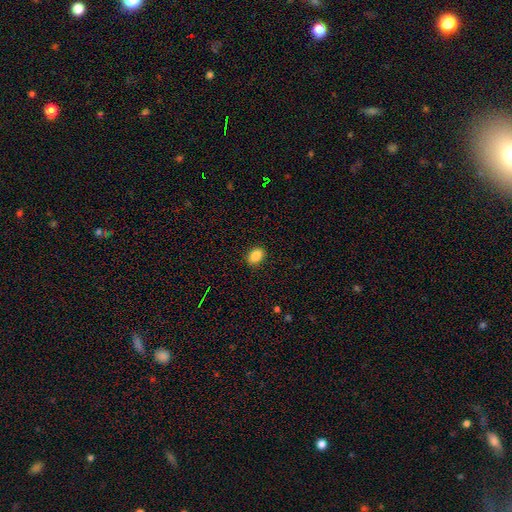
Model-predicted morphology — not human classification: Overall: smooth (87%). How rounded: in between (68%; round 31%). Merging: none (90%).